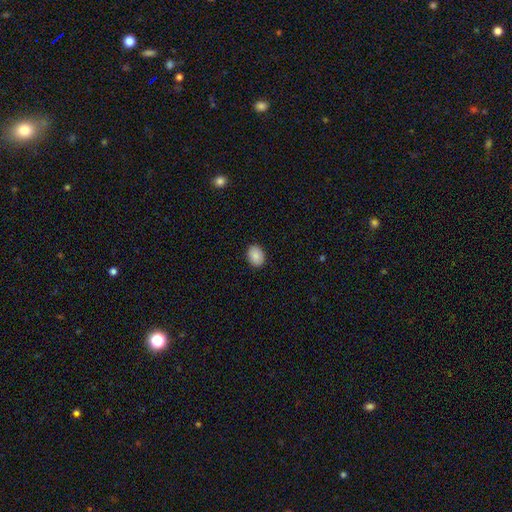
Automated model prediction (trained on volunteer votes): A smooth galaxy with no disk features (89%) that is in between round and cigar-shaped (69%).

Vote fractions:
- Smooth or featured? smooth: 89% / star or artifact: 7% / featured or disk: 4%
- How rounded? in between: 69% / round: 30% / cigar-shaped: 1%
- Merging? none: 90% / minor disturbance: 7% / major disturbance: 2% / merger: 1%